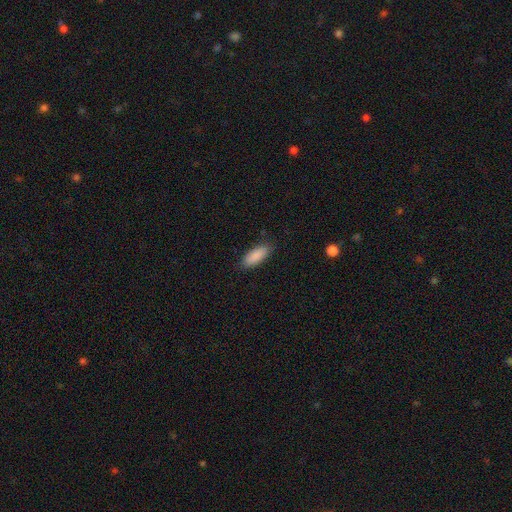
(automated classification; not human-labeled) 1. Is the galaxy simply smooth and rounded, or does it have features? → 89% smooth, 6% star or artifact, 5% featured or disk.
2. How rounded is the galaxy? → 73% in between, 25% cigar-shaped, 2% round.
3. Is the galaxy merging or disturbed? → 87% none, 10% minor disturbance, 2% major disturbance, 1% merger.